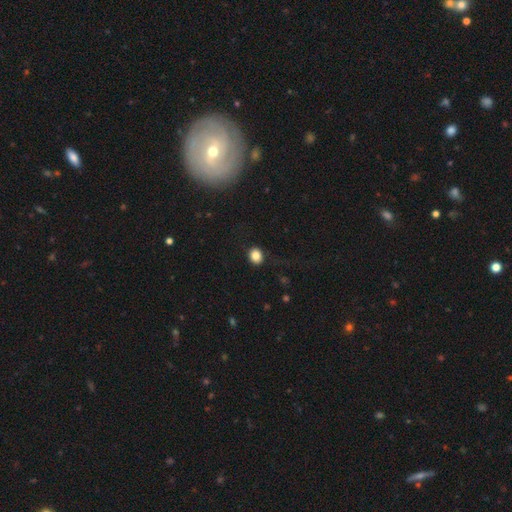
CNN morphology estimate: A smooth galaxy with no disk features (85%) that is round (64%). Merging: none (86%).